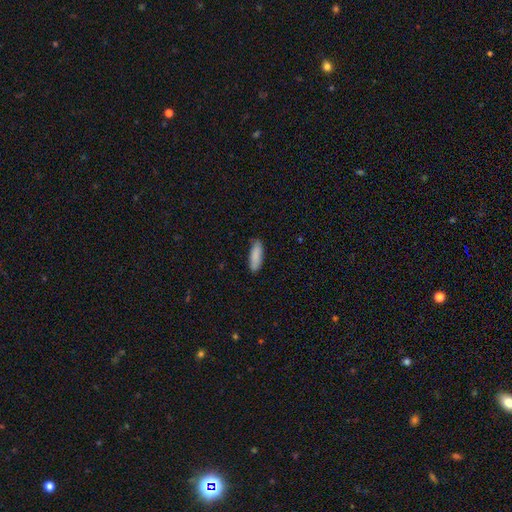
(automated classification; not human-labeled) A smooth galaxy with no disk features (87%) that is in between round and cigar-shaped (60%).

Vote fractions:
- Smooth or featured? smooth: 87% / featured or disk: 7% / star or artifact: 6%
- How rounded? in between: 60% / cigar-shaped: 38% / round: 2%
- Merging? none: 81% / minor disturbance: 15% / major disturbance: 2% / merger: 1%